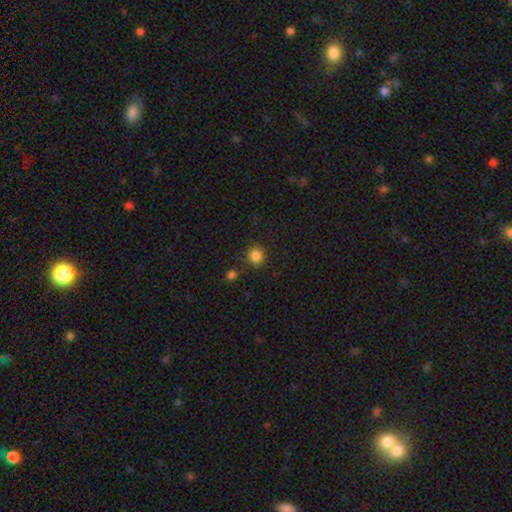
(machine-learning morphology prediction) The model was most divided on "merging": none: 81%, minor disturbance: 11%, merger: 5%, major disturbance: 4%. More confident: how rounded — round (86%); smooth or featured — smooth (84%).